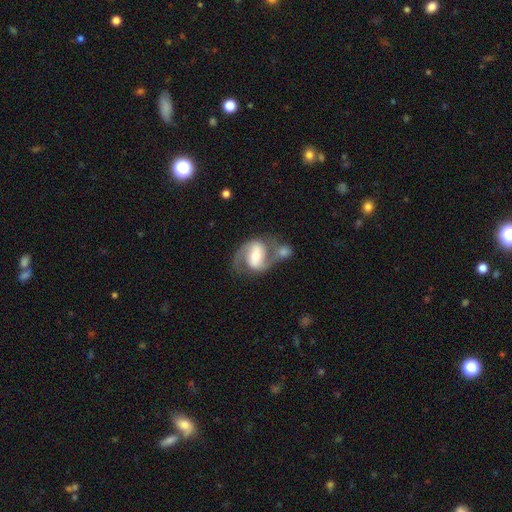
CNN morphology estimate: smooth-or-featured: featured or disk: 81% | smooth: 14% | star or artifact: 5%
  disk-edge-on: no: 97% | yes: 3%
    bar: strong: 41% | weak: 38% | no: 21%
    has-spiral-arms: yes: 93% | no: 7%
      spiral-winding: medium: 54% | loose: 28% | tight: 18%
      spiral-arm-count: 2: 90% | can't tell: 4% | 1: 3% | 3: 1% | 4: 1% | more than 4: 1%
    bulge-size: moderate: 62% | small: 27% | large: 8% | none: 1% | dominant: 1%
  merging: none: 43% | merger: 36% | minor disturbance: 13% | major disturbance: 9%